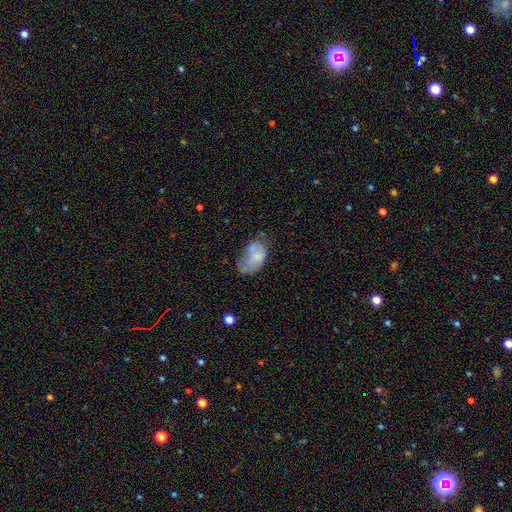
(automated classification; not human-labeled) Morphology: type=smooth (66%); roundness=in between (92%); merging=minor disturbance (34%).